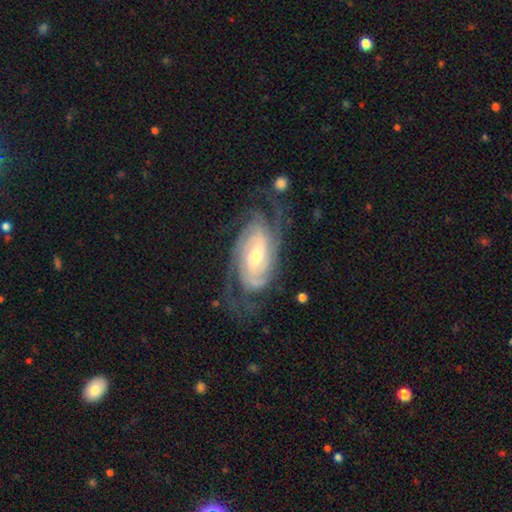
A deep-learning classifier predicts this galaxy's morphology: Smooth or featured?
  - featured or disk: 89% *
  - smooth: 7%
  - star or artifact: 5%
Edge-on disk?
  - no: 95% *
  - yes: 5%
Bar?
  - weak: 45% *
  - no: 37%
  - strong: 18%
Spiral arms?
  - yes: 97% *
  - no: 3%
Spiral winding?
  - tight: 64% *
  - medium: 30%
  - loose: 6%
Spiral arm count?
  - 2: 30% *
  - can't tell: 24%
  - 3: 22%
  - 4: 13%
  - more than 4: 5%
  - 1: 5%
Bulge size?
  - moderate: 54% *
  - small: 39%
  - large: 5%
  - none: 2%
  - dominant: 1%
Merging?
  - none: 70% *
  - minor disturbance: 18%
  - major disturbance: 11%
  - merger: 2%